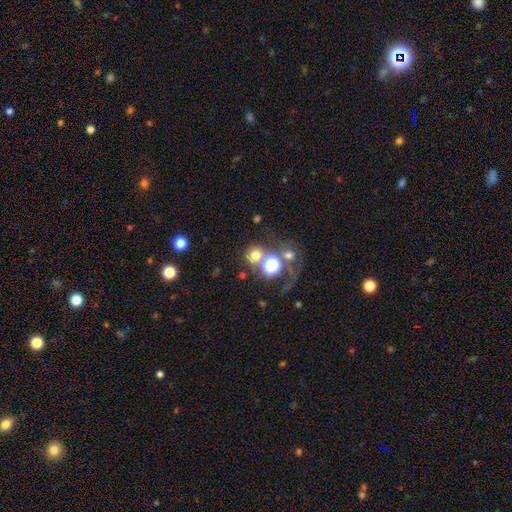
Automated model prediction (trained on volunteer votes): A smooth galaxy with no disk features (69%) that is round (89%). Merging: none (61%).